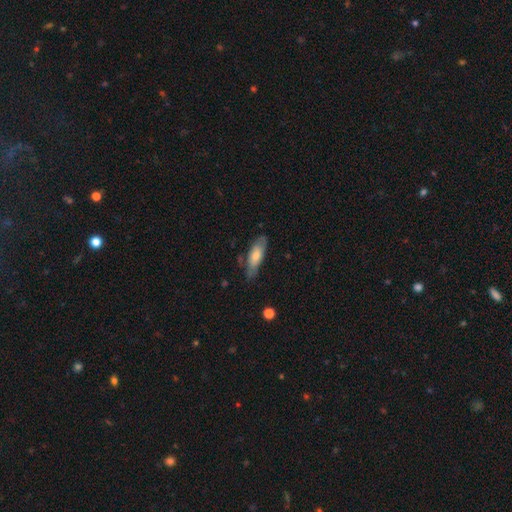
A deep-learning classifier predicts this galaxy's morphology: Smooth or featured?
  - smooth: 61% *
  - featured or disk: 33%
  - star or artifact: 6%
How rounded?
  - in between: 59% *
  - cigar-shaped: 39%
  - round: 2%
Merging?
  - none: 68% *
  - minor disturbance: 24%
  - major disturbance: 6%
  - merger: 2%